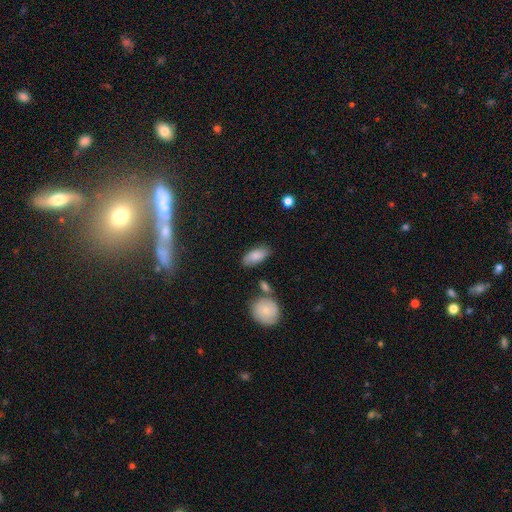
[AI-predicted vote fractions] The model was most divided on "merging": none: 74%, minor disturbance: 15%, merger: 6%, major disturbance: 4%. More confident: how rounded — in between (89%); smooth or featured — smooth (82%).